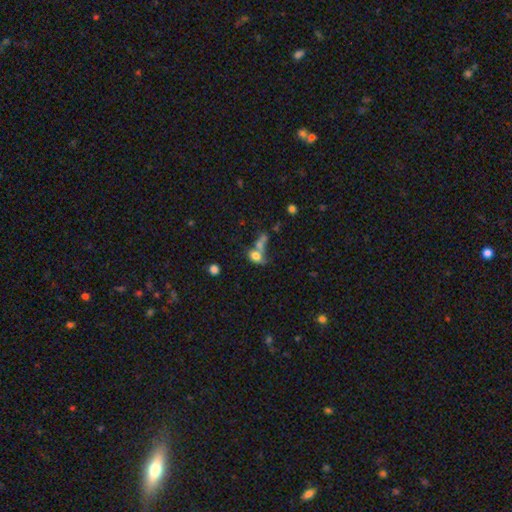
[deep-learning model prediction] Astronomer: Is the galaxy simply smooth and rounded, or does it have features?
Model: smooth — 70%.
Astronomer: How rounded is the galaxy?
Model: in between — 65%.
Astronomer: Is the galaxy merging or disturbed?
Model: merger — 50% (runner-up: none, 26%).